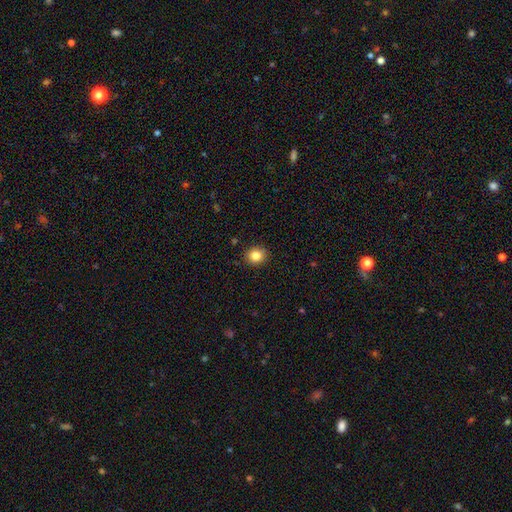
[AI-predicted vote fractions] smooth 84%, star or artifact 10%, featured or disk 6%. Down the decision tree: how rounded — round (81%); merging — none (90%).